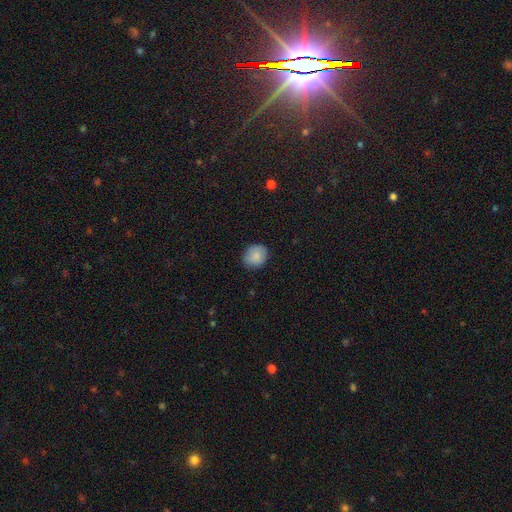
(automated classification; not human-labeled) Morphology: type=smooth (85%); roundness=round (77%); merging=none (83%).